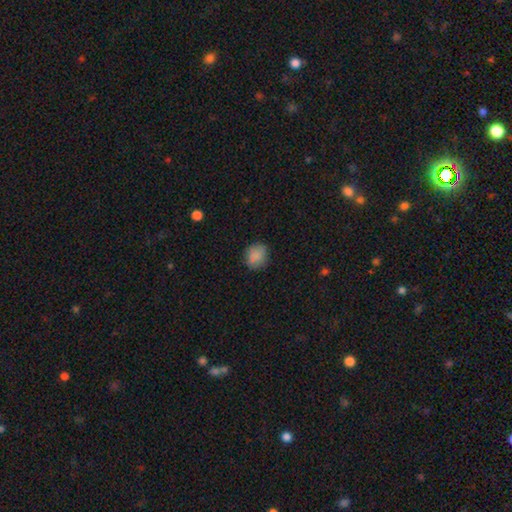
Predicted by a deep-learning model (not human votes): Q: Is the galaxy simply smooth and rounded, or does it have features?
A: smooth — 84%.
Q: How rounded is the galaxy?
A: round — 68%.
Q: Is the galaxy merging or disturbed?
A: none — 81%.